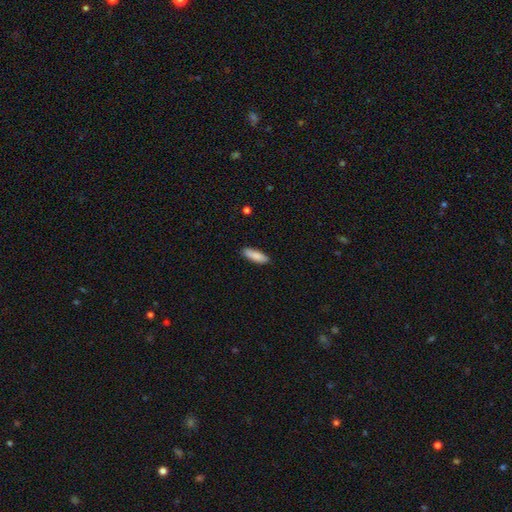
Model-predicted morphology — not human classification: Smooth or featured? Predicted: smooth (p=0.87). How rounded? Predicted: cigar-shaped (p=0.51). Merging? Predicted: none (p=0.86).